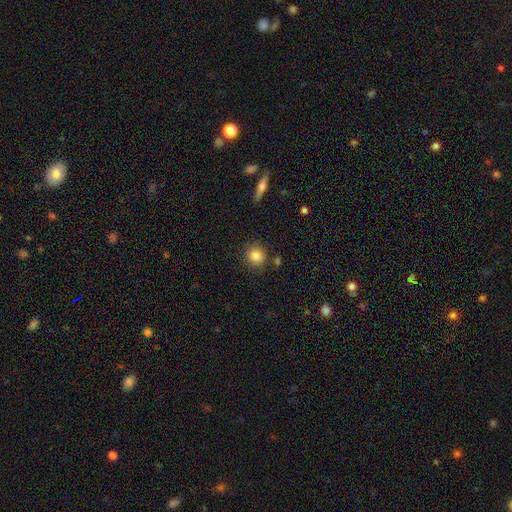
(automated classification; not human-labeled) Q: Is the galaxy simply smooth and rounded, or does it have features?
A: smooth — 76%.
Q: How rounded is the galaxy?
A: round — 88%.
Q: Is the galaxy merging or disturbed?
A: none — 83%.